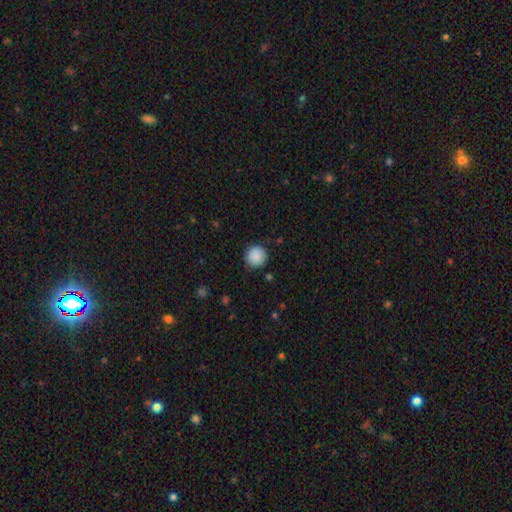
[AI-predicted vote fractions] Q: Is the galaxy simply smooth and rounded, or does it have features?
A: smooth — 89%.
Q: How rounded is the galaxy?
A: round — 94%.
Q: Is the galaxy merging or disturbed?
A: none — 88%.